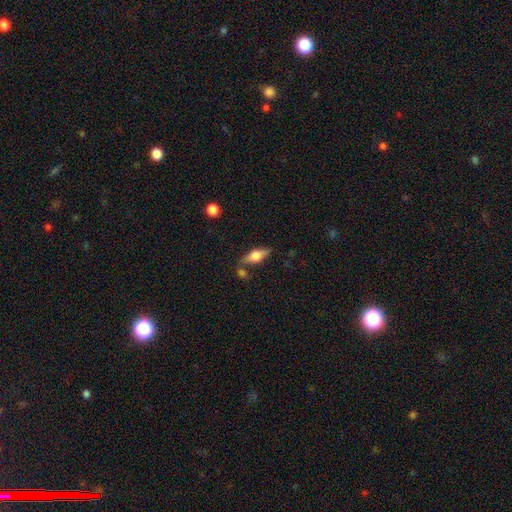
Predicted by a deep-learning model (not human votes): Smooth or featured? featured or disk (48%)
Merging? none (73%)